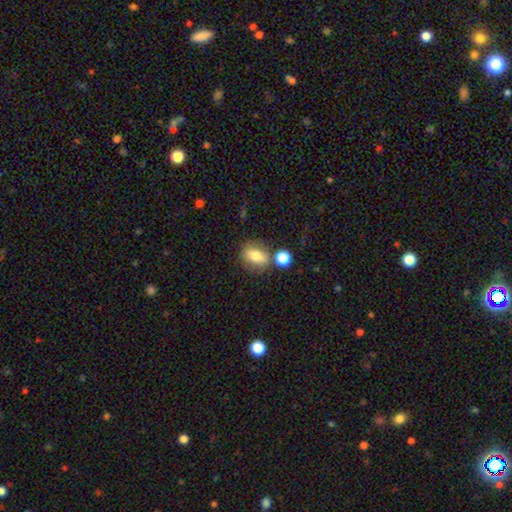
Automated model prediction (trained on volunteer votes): Smooth or featured? smooth (72%)
How rounded? in between (59%)
Merging? none (66%)